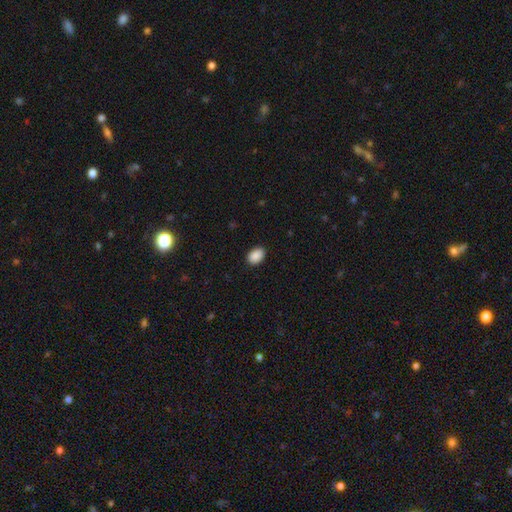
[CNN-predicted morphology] smooth_or_featured: smooth (p=0.90) [alt: star or artifact p=0.07]
how_rounded: in between (p=0.84) [alt: round p=0.15]
merging: none (p=0.88) [alt: minor disturbance p=0.09]